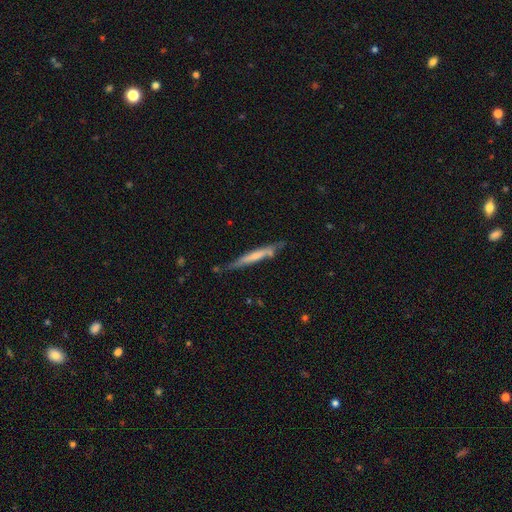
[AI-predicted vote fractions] smooth-or-featured: featured or disk: 49% | smooth: 46% | star or artifact: 6%
  merging: none: 67% | minor disturbance: 22% | merger: 6% | major disturbance: 4%